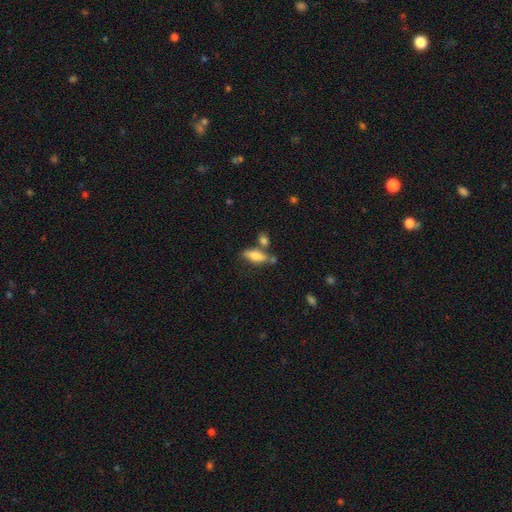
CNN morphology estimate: Smooth or featured? Predicted: smooth (p=0.79). How rounded? Predicted: in between (p=0.71). Merging? Predicted: none (p=0.58).